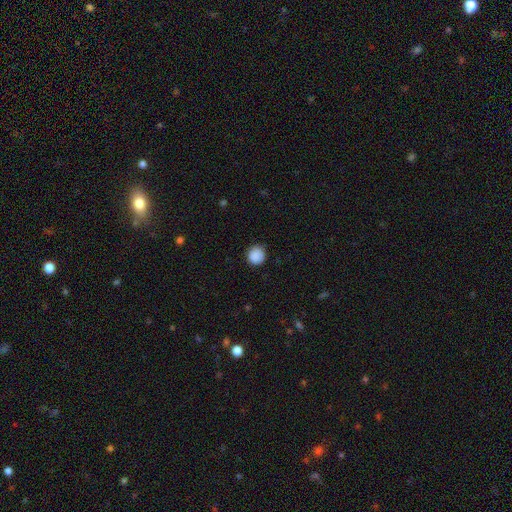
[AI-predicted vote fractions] The model was most divided on "merging": none: 85%, minor disturbance: 12%, major disturbance: 2%, merger: 1%. More confident: how rounded — round (90%); smooth or featured — smooth (89%).